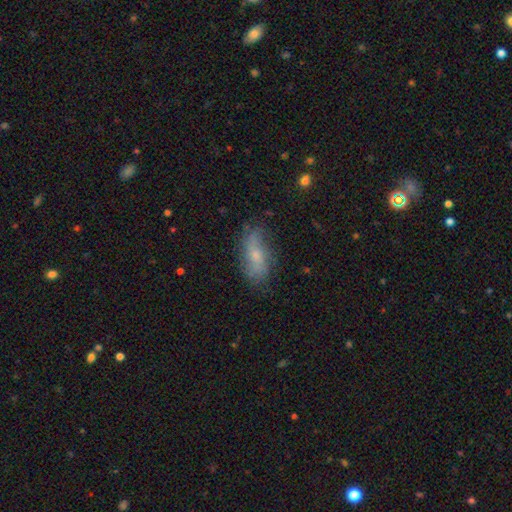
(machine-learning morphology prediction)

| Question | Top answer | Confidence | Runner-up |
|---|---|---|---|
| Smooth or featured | smooth | 51% | featured or disk (39%) |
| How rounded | in between | 80% | cigar-shaped (16%) |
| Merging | none | 68% | minor disturbance (23%) |